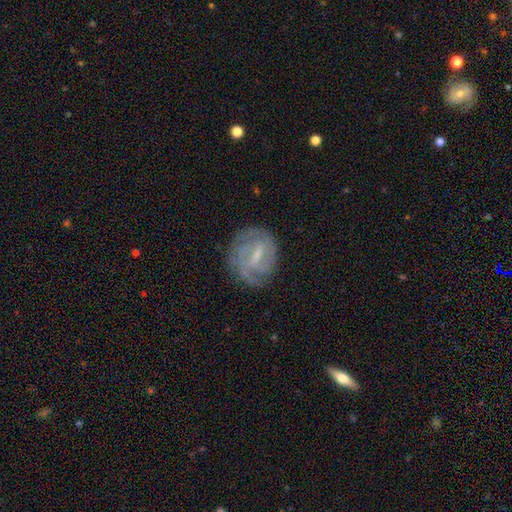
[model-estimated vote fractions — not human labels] Smooth or featured? featured or disk (75%)
Edge-on disk? no (96%)
Bar? weak (54%)
Spiral arms? yes (85%)
Spiral winding? tight (54%)
Spiral arm count? can't tell (39%)
Bulge size? small (52%)
Merging? none (70%)